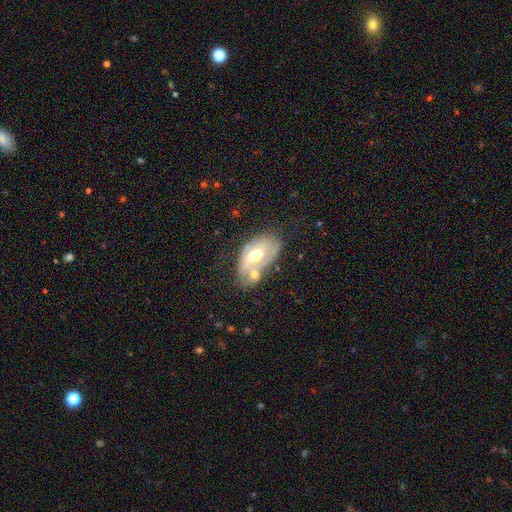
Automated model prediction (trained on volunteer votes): featured or disk 64%, smooth 29%, star or artifact 7%. Down the decision tree: edge-on disk — no (92%); bar — no (53%); spiral arms — yes (58%); bulge size — moderate (70%); merging — merger (35%).